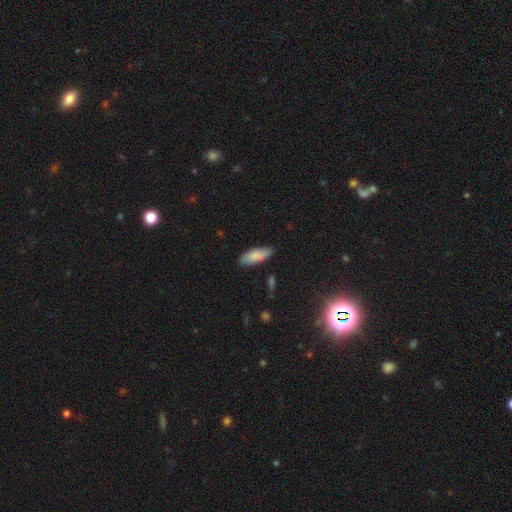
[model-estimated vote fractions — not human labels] A smooth galaxy with no disk features (84%) that is in between round and cigar-shaped (70%).

Vote fractions:
- Smooth or featured? smooth: 84% / featured or disk: 10% / star or artifact: 6%
- How rounded? in between: 70% / cigar-shaped: 28% / round: 2%
- Merging? none: 80% / minor disturbance: 16% / major disturbance: 2% / merger: 2%